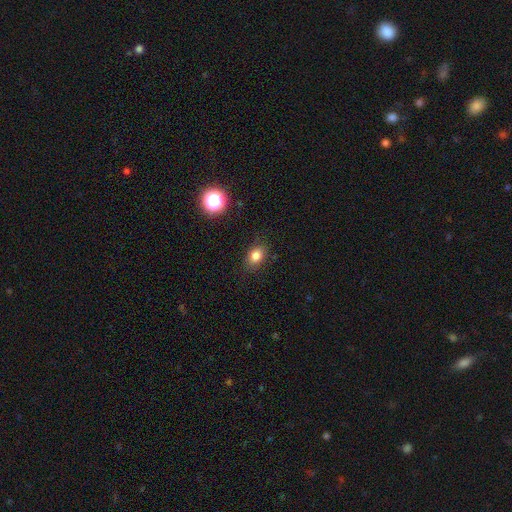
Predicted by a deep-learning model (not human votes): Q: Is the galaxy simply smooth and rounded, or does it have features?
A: smooth — 81%.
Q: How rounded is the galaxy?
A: in between — 70%.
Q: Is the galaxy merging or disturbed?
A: none — 85%.